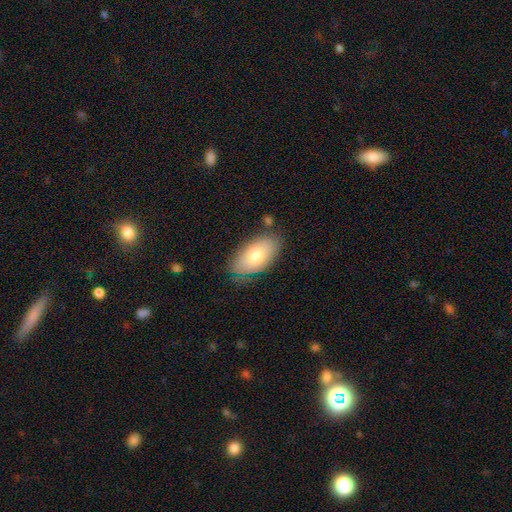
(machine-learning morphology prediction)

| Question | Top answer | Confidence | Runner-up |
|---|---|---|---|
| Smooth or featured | smooth | 75% | featured or disk (19%) |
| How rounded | in between | 93% | cigar-shaped (3%) |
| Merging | none | 77% | minor disturbance (16%) |